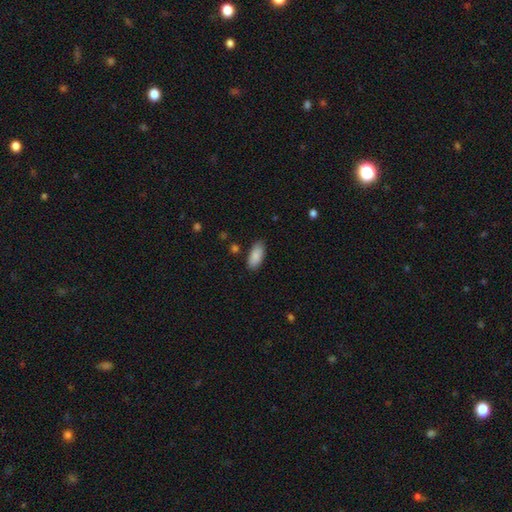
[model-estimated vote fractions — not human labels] smooth 88%, star or artifact 6%, featured or disk 6%. Down the decision tree: how rounded — in between (88%); merging — none (84%).